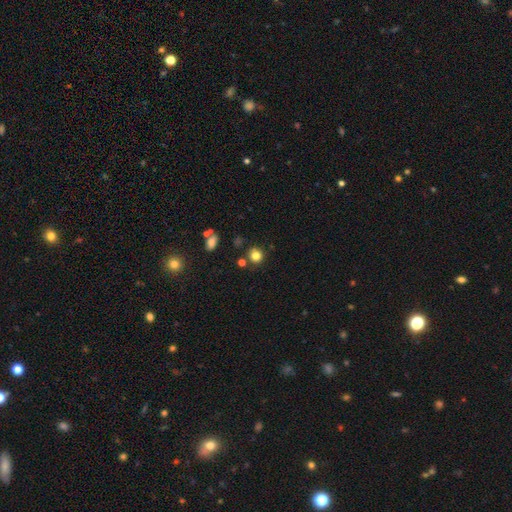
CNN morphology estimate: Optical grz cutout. It shows a smooth galaxy with no disk features (79%) that is round (89%). Merging: none (81%).